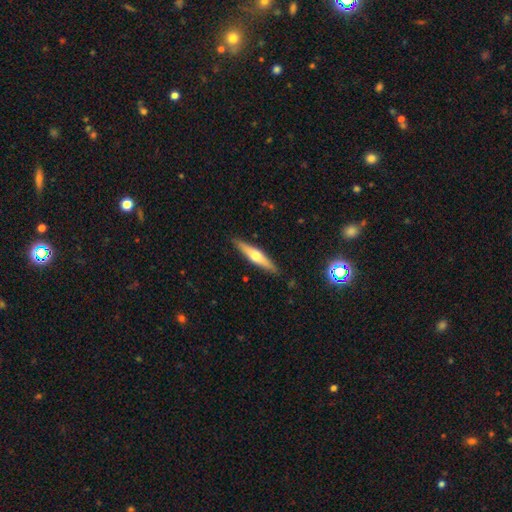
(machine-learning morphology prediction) smooth_or_featured: featured or disk (p=0.52) [alt: smooth p=0.42]
disk_edge_on: yes (p=0.93) [alt: no p=0.07]
merging: none (p=0.89) [alt: minor disturbance p=0.09]